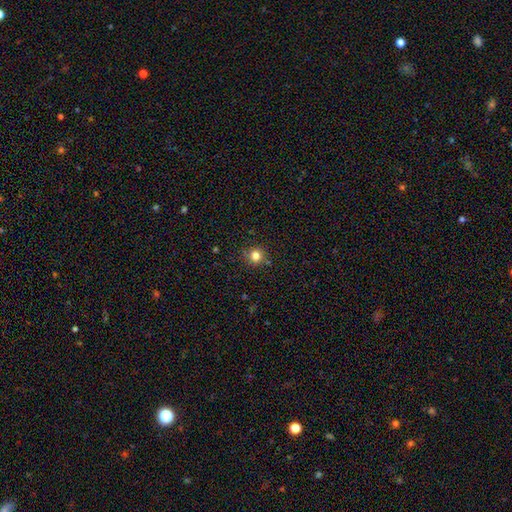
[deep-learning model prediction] Smooth or featured?
  - smooth: 81% *
  - star or artifact: 14%
  - featured or disk: 6%
How rounded?
  - round: 93% *
  - in between: 6%
  - cigar-shaped: 1%
Merging?
  - none: 88% *
  - minor disturbance: 8%
  - major disturbance: 2%
  - merger: 2%